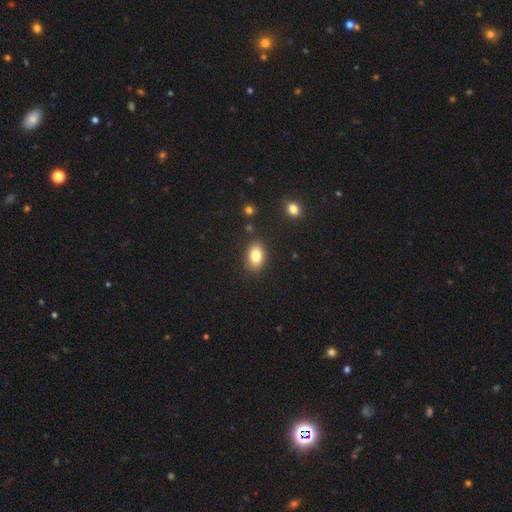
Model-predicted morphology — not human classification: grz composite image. It shows a smooth galaxy with no disk features (81%) that is in between round and cigar-shaped (85%). Merging: none (85%).